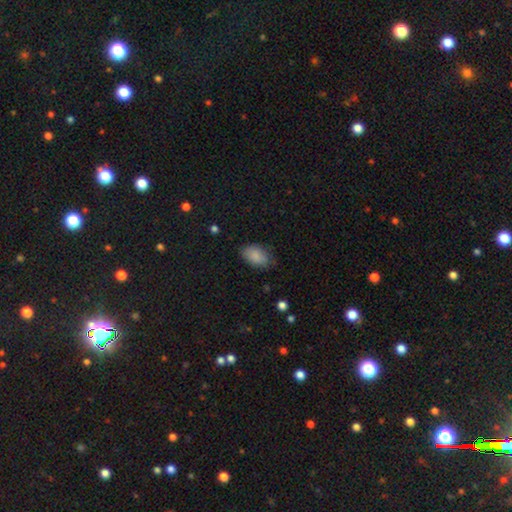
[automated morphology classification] type=smooth (87%); roundness=in between (91%); merging=none (70%).